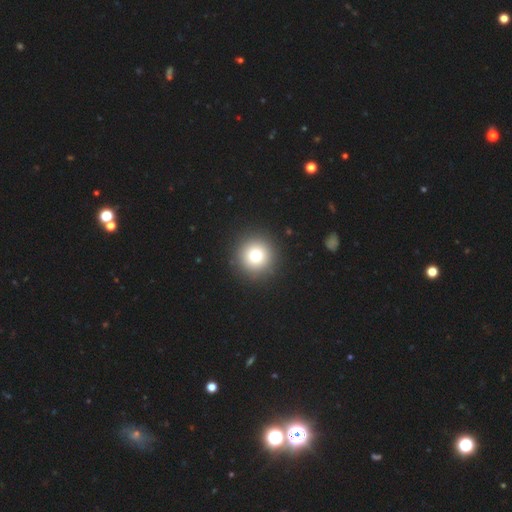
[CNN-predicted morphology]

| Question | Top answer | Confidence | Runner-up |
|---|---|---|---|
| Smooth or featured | smooth | 75% | star or artifact (14%) |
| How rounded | round | 96% | in between (3%) |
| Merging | none | 93% | minor disturbance (4%) |